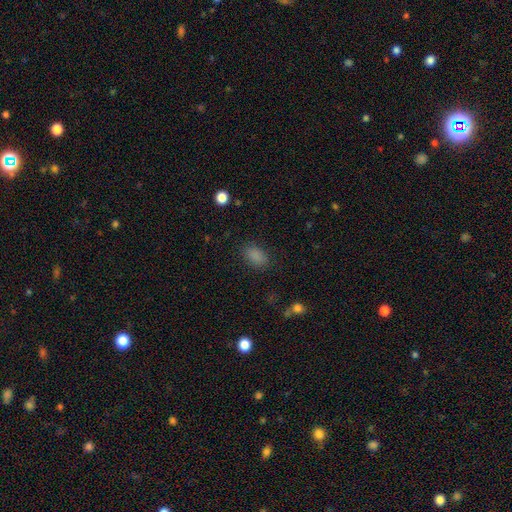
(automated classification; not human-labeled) A smooth galaxy with no disk features (85%) that is in between round and cigar-shaped (86%). Merging: none (85%).